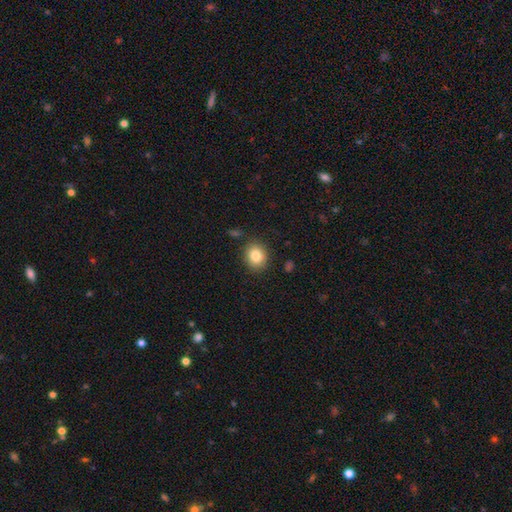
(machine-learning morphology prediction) Smooth or featured? smooth (83%)
How rounded? round (64%)
Merging? none (86%)